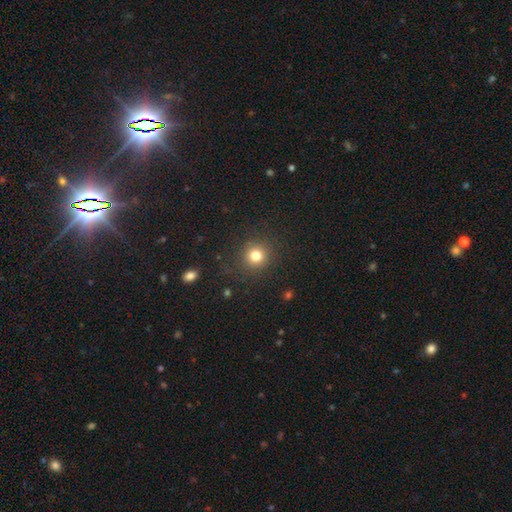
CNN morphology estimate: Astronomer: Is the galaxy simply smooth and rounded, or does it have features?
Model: smooth — 79%.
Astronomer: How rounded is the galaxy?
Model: round — 93%.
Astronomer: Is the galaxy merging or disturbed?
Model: none — 88%.